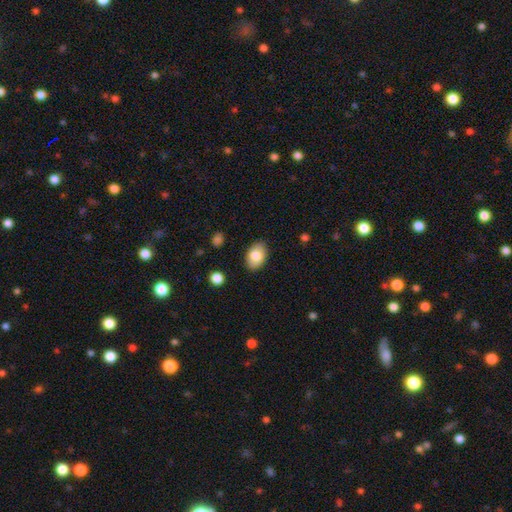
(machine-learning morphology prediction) A smooth galaxy with no disk features (82%) that is in between round and cigar-shaped (87%).

Vote fractions:
- Smooth or featured? smooth: 82% / featured or disk: 11% / star or artifact: 7%
- How rounded? in between: 87% / round: 12% / cigar-shaped: 1%
- Merging? none: 86% / minor disturbance: 10% / major disturbance: 2% / merger: 1%